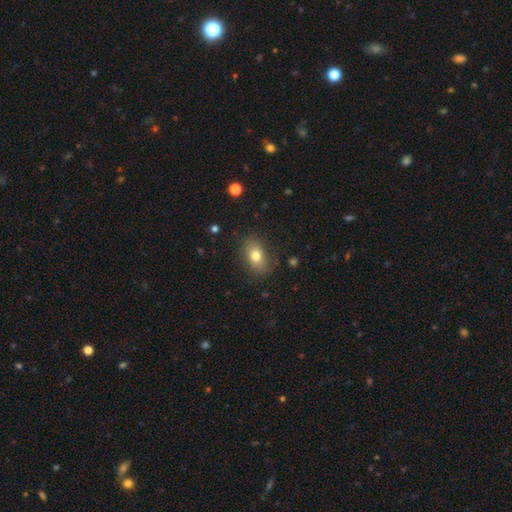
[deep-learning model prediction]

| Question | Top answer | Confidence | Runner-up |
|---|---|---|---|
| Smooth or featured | smooth | 76% | featured or disk (15%) |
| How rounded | in between | 82% | round (15%) |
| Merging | none | 81% | minor disturbance (13%) |